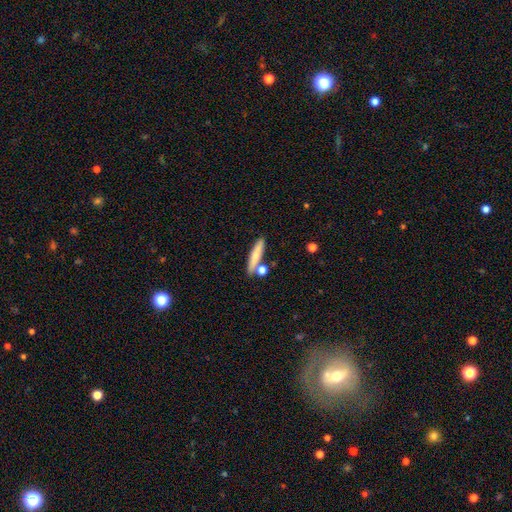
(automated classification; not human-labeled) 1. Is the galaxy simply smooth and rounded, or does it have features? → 71% smooth, 22% featured or disk, 7% star or artifact.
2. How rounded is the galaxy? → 81% cigar-shaped, 15% in between, 4% round.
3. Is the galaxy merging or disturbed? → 72% none, 13% merger, 12% minor disturbance, 3% major disturbance.